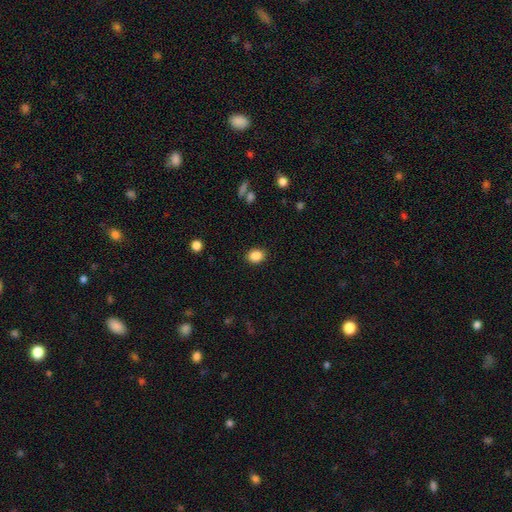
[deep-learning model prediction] Smooth or featured? Predicted: smooth (p=0.88). How rounded? Predicted: in between (p=0.54). Merging? Predicted: none (p=0.89).